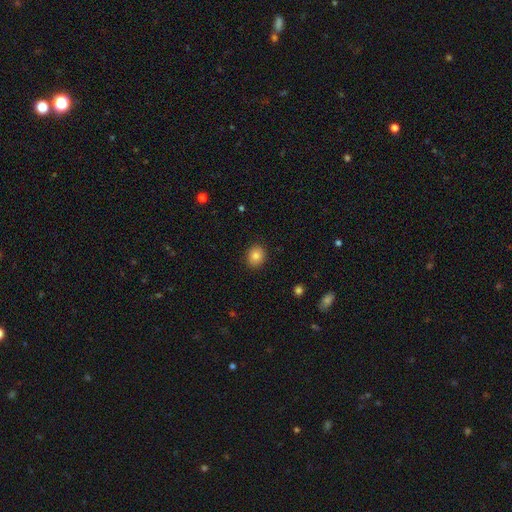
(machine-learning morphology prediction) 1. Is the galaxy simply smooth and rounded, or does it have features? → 84% smooth, 10% star or artifact, 7% featured or disk.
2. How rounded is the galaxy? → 71% round, 28% in between, 1% cigar-shaped.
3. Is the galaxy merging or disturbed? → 90% none, 7% minor disturbance, 2% major disturbance, 1% merger.